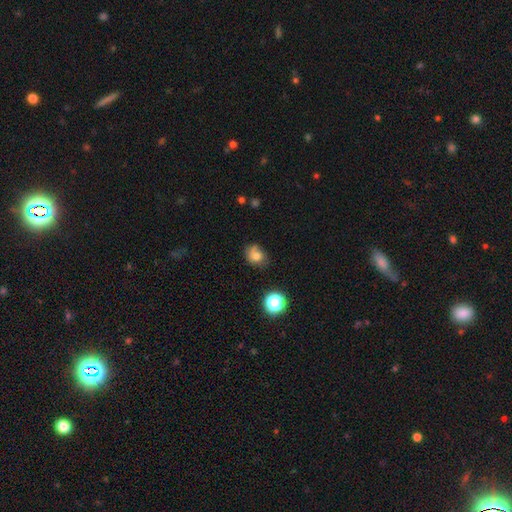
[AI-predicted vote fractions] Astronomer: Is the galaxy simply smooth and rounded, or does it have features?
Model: smooth — 73%.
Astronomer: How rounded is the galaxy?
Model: in between — 50%, tied with round at 50%.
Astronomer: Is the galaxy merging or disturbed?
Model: none — 53% (runner-up: minor disturbance, 31%).